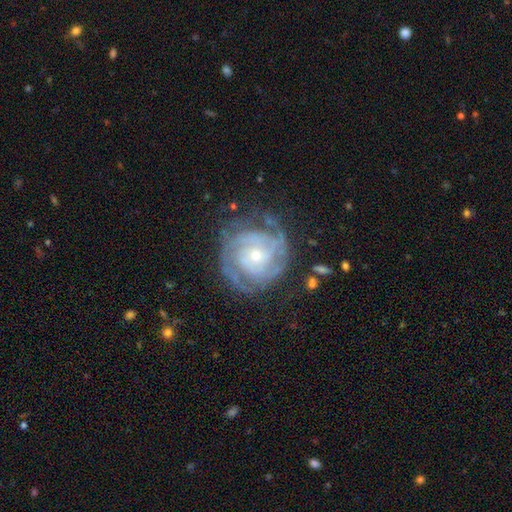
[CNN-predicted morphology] This is clearly a featured or disk galaxy (87%). It is clearly not viewed edge-on (98%). Bar: likely no (73%). Spiral arm pattern: clearly yes (96%). Spiral arm count: marginally can't tell (26%, tied with 3). Spiral winding: likely tight (71%). Central bulge: likely small (64%). Merging: likely none (71%).